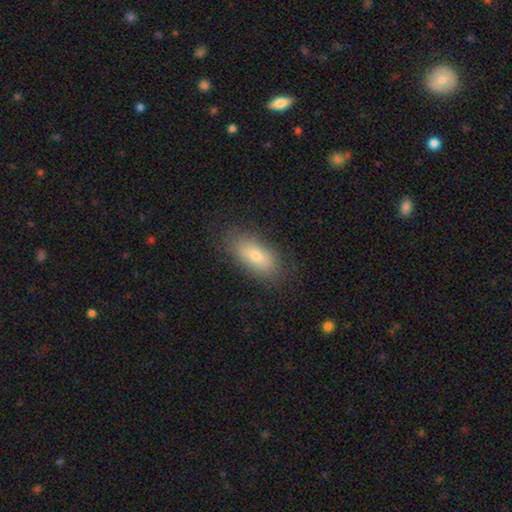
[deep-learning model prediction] The model was most divided on "smooth or featured": smooth: 72%, featured or disk: 20%, star or artifact: 8%. More confident: how rounded — in between (84%); merging — none (82%).